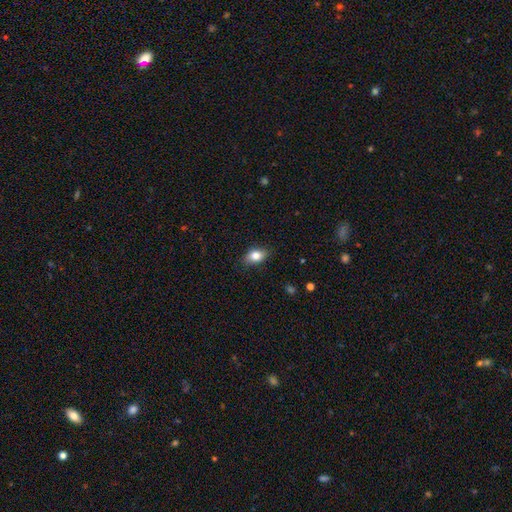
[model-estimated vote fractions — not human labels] smooth-or-featured: smooth: 81% | featured or disk: 11% | star or artifact: 8%
  how-rounded: in between: 83% | round: 14% | cigar-shaped: 3%
  merging: none: 84% | minor disturbance: 12% | major disturbance: 2% | merger: 1%